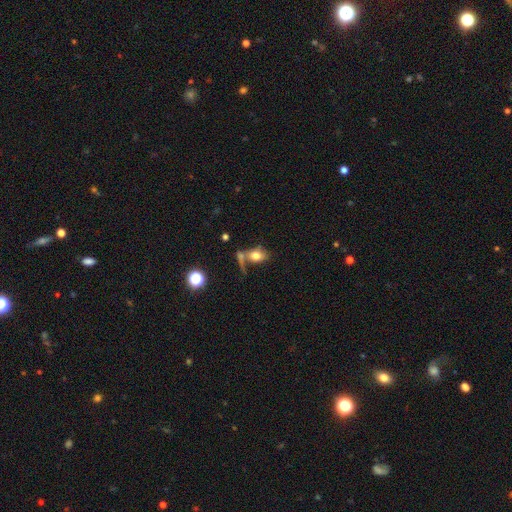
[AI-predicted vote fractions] smooth_or_featured: smooth (p=0.72) [alt: featured or disk p=0.18]
how_rounded: in between (p=0.74) [alt: round p=0.23]
merging: none (p=0.37) [alt: merger p=0.36]